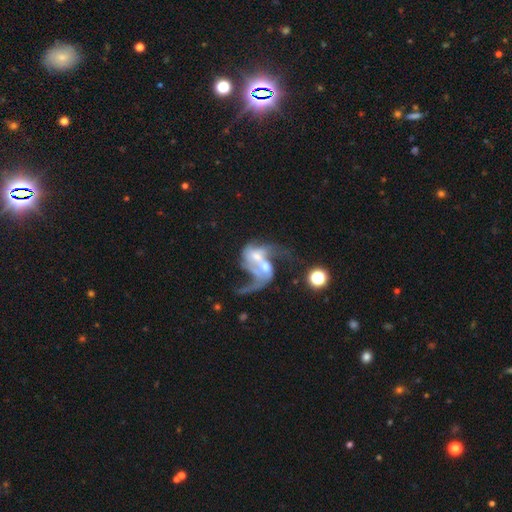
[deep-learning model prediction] A featured or disk galaxy (75%) with no bar (49%), 2 (60%) loose (77%) spiral arms (77%) and a moderate central bulge (44%). Merging: merger (65%).